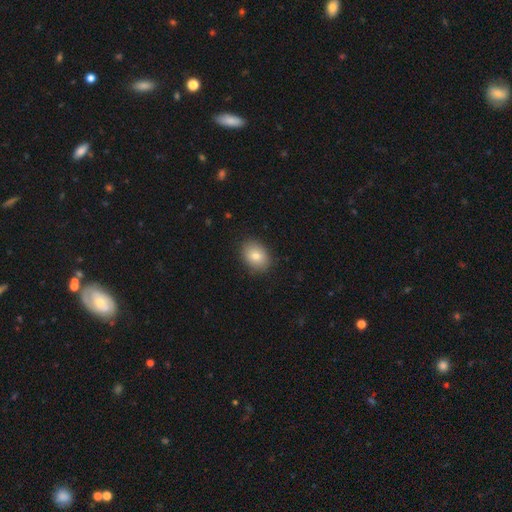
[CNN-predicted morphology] Smooth or featured? Predicted: smooth (p=0.81). How rounded? Predicted: in between (p=0.65). Merging? Predicted: none (p=0.87).